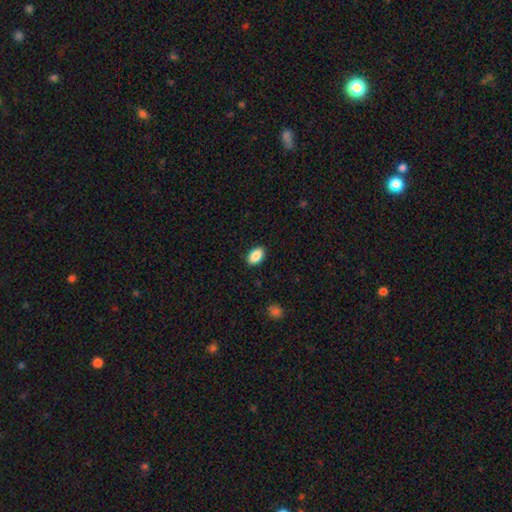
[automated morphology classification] smooth-or-featured: smooth: 88% | star or artifact: 7% | featured or disk: 5%
  how-rounded: in between: 91% | round: 7% | cigar-shaped: 2%
  merging: none: 88% | minor disturbance: 9% | major disturbance: 2% | merger: 1%